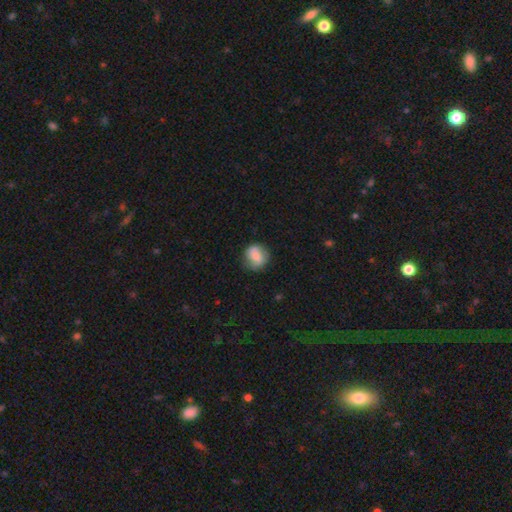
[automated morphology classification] type=smooth (76%); roundness=round (75%); merging=none (72%).